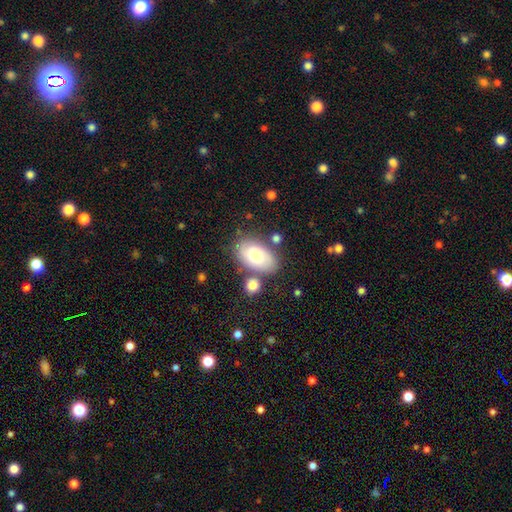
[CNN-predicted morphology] Smooth or featured? smooth (67%)
How rounded? in between (92%)
Merging? none (67%)